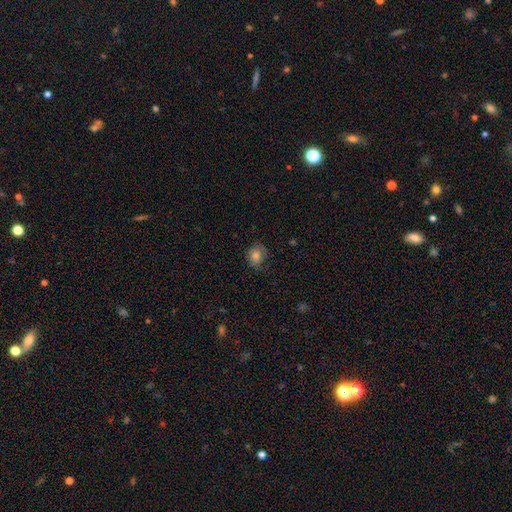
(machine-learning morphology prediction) Smooth or featured? smooth (79%)
How rounded? round (61%)
Merging? none (70%)